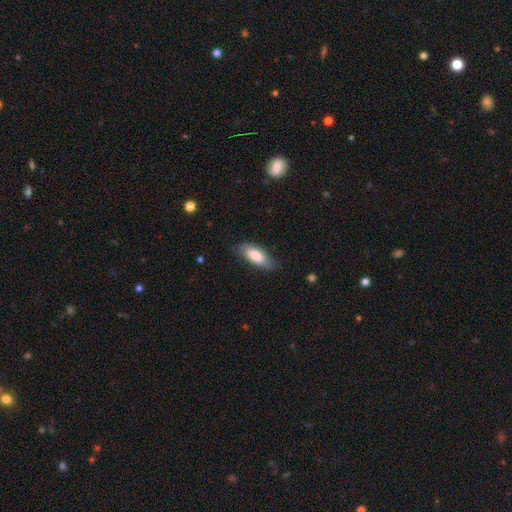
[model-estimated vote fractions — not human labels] smooth-or-featured: smooth: 78% | featured or disk: 16% | star or artifact: 6%
  how-rounded: in between: 80% | cigar-shaped: 18% | round: 2%
  merging: none: 75% | minor disturbance: 19% | major disturbance: 5% | merger: 1%